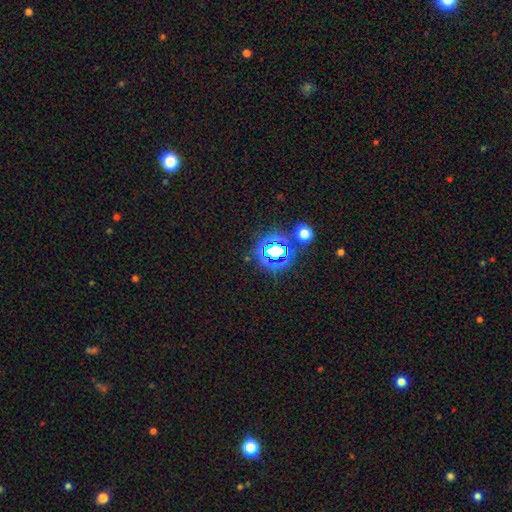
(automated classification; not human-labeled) smooth-or-featured: star or artifact: 77% | smooth: 16% | featured or disk: 7%